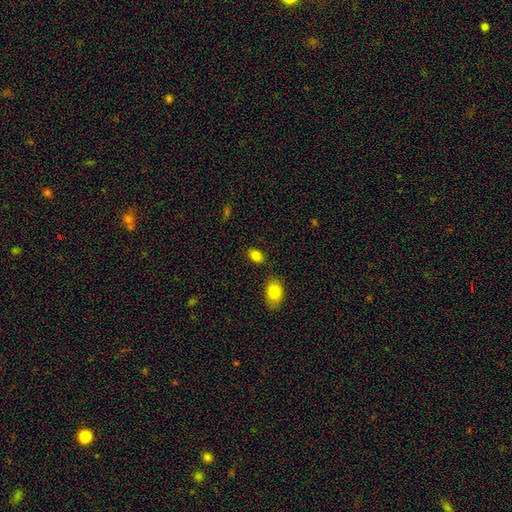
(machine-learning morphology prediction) smooth_or_featured: smooth (p=0.85) [alt: star or artifact p=0.09]
how_rounded: in between (p=0.80) [alt: round p=0.18]
merging: none (p=0.82) [alt: minor disturbance p=0.10]